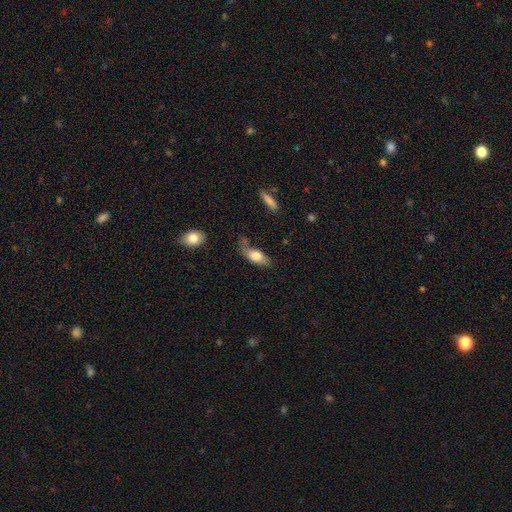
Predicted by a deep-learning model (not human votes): Smooth or featured? smooth (75%)
How rounded? in between (82%)
Merging? none (49%)